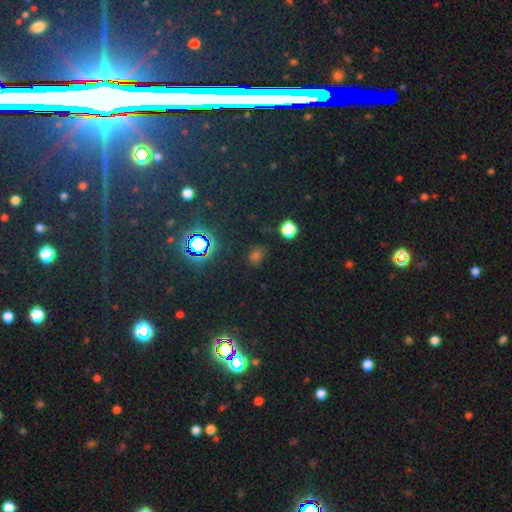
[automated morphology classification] Smooth or featured? Predicted: star or artifact (p=0.48).